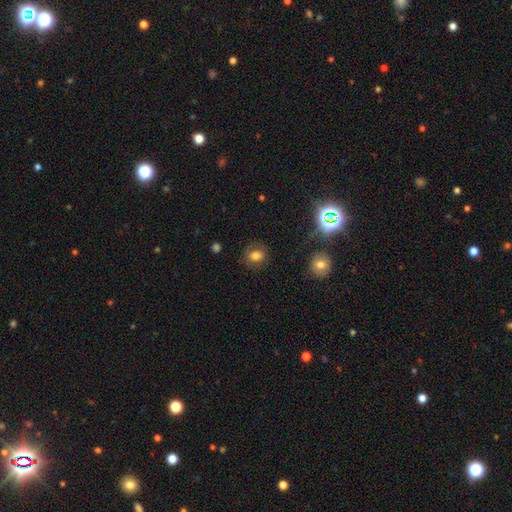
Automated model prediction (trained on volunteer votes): Morphology: type=smooth (75%); roundness=round (67%); merging=none (82%).